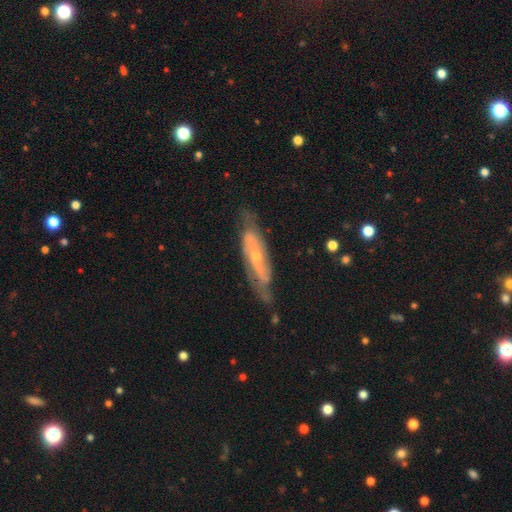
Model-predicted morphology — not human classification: Smooth or featured?
  - featured or disk: 75% *
  - smooth: 19%
  - star or artifact: 6%
Edge-on disk?
  - no: 69% *
  - yes: 31%
Bar?
  - no: 59% *
  - weak: 30%
  - strong: 11%
Spiral arms?
  - yes: 84% *
  - no: 16%
Bulge size?
  - small: 69% *
  - moderate: 28%
  - none: 2%
  - large: 1%
  - dominant: 1%
Merging?
  - none: 68% *
  - minor disturbance: 23%
  - major disturbance: 7%
  - merger: 2%